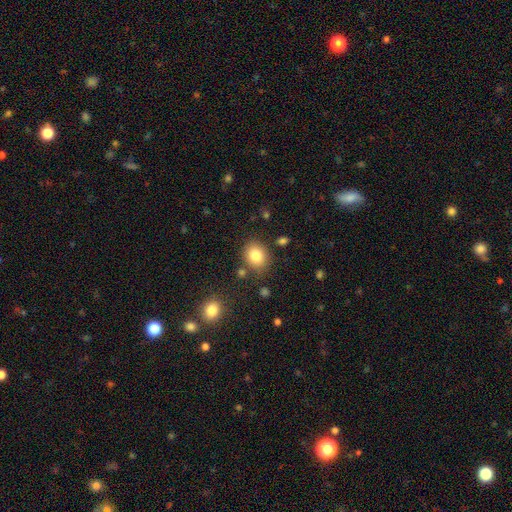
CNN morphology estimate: Smooth or featured: smooth — 83% (star or artifact — 10%)
How rounded: round — 64% (in between — 36%)
Merging: none — 81% (minor disturbance — 11%)